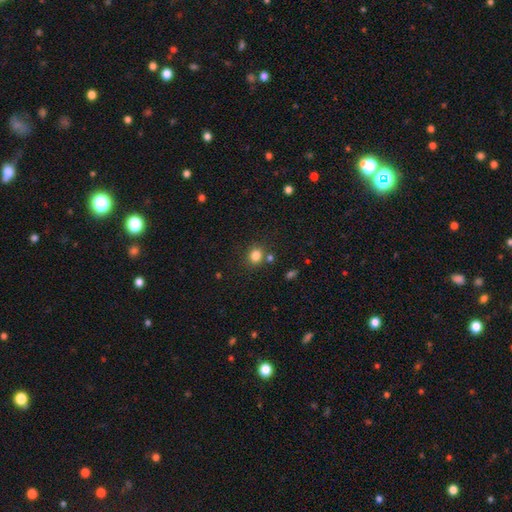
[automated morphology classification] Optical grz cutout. It shows a smooth galaxy with no disk features (81%) that is round (70%). Merging: none (75%).